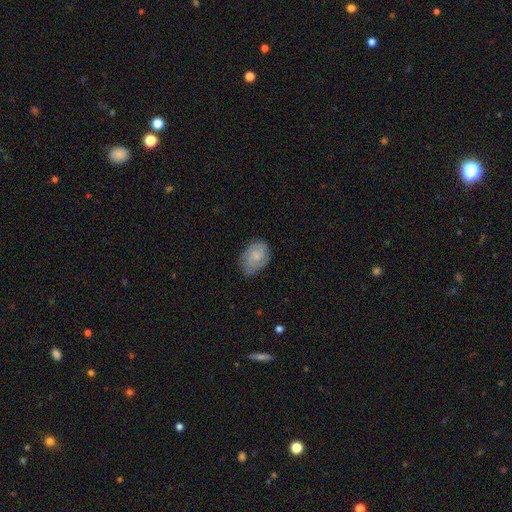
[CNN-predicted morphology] type=featured or disk (55%); edge-on=no (97%); bar=no (67%); spiral arms=yes (89%); bulge=small (49%); merging=none (71%).